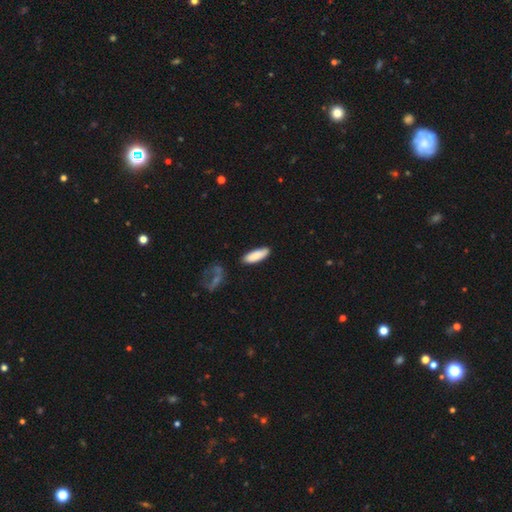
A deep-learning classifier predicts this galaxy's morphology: Smooth or featured? smooth (86%)
How rounded? in between (57%)
Merging? none (82%)